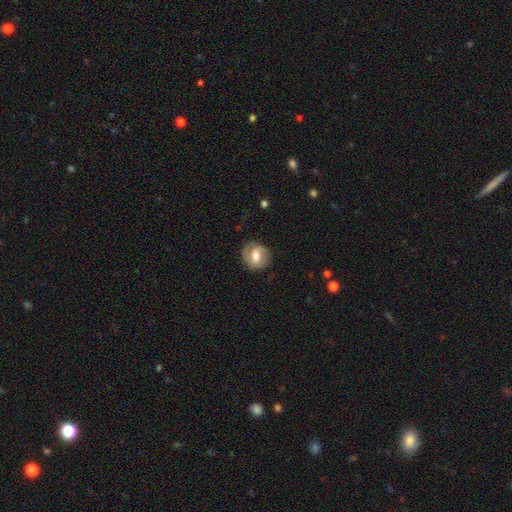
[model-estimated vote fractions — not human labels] This is possibly a smooth galaxy (48%). Merging: likely none (77%).